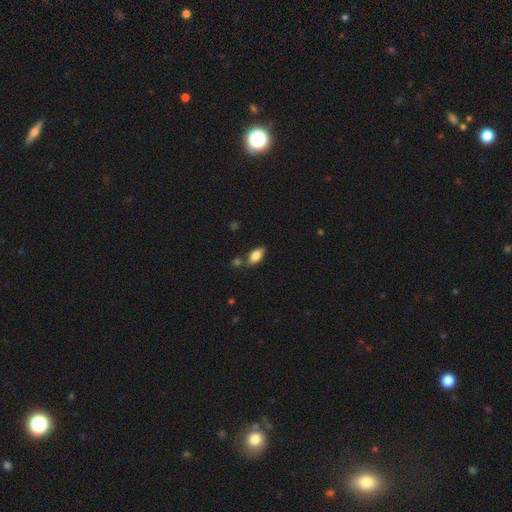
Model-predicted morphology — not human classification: A smooth galaxy with no disk features (80%) that is in between round and cigar-shaped (88%).

Vote fractions:
- Smooth or featured? smooth: 80% / featured or disk: 13% / star or artifact: 7%
- How rounded? in between: 88% / cigar-shaped: 9% / round: 3%
- Merging? none: 72% / minor disturbance: 15% / merger: 10% / major disturbance: 3%